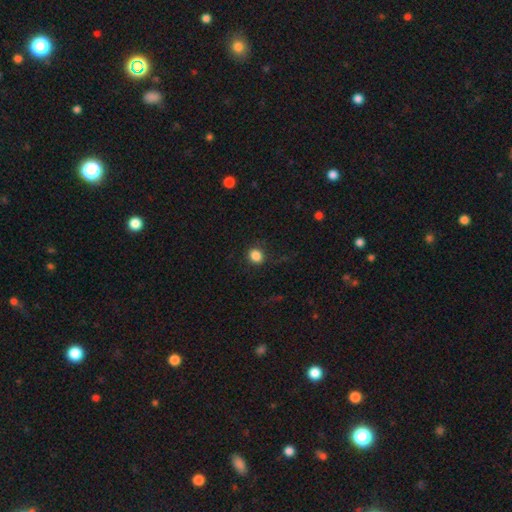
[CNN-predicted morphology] Smooth or featured: smooth — 85% (star or artifact — 11%)
How rounded: round — 70% (in between — 29%)
Merging: none — 84% (minor disturbance — 11%)